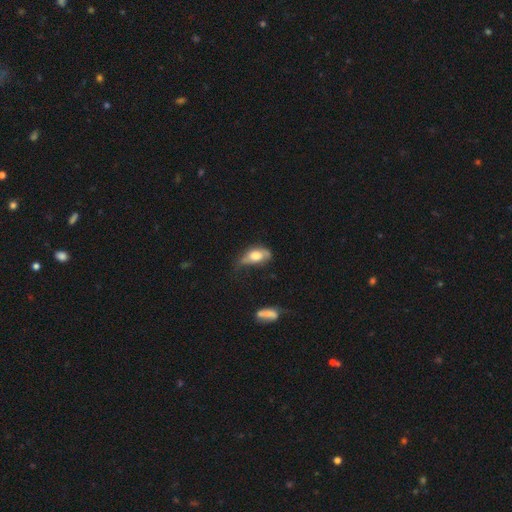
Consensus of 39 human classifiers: Volunteers were most divided on "merging": none: 42%, minor disturbance: 33%, major disturbance: 17%, merger: 8%. More confident: how rounded — in between (92%); smooth or featured — smooth (67%).